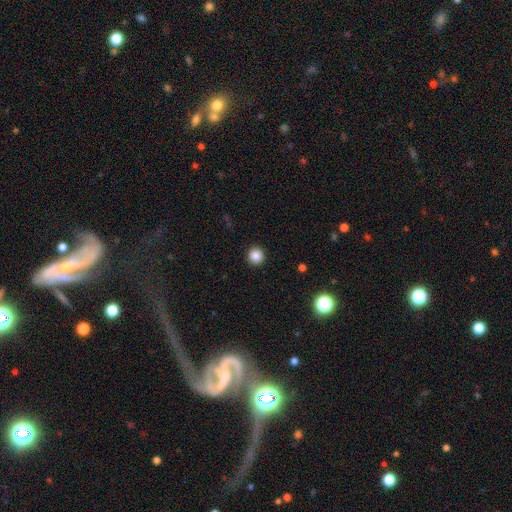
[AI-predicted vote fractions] Smooth or featured? smooth (86%)
How rounded? round (93%)
Merging? none (93%)